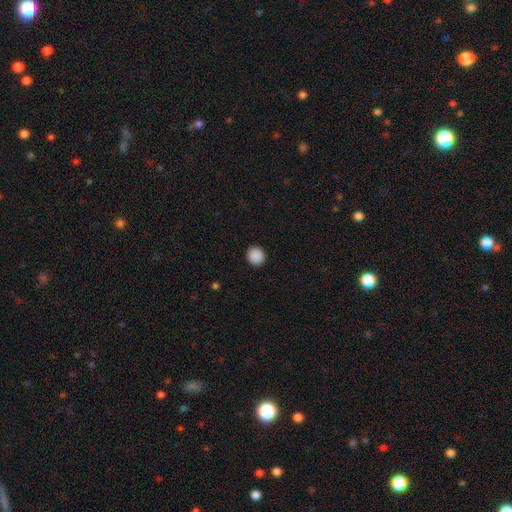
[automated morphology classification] Smooth or featured? Predicted: smooth (p=0.89). How rounded? Predicted: round (p=0.92). Merging? Predicted: none (p=0.93).